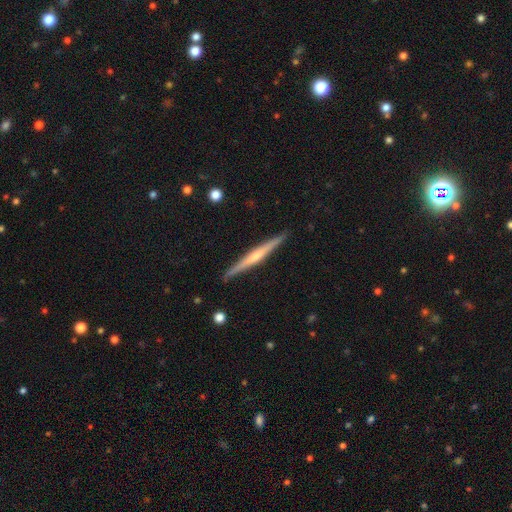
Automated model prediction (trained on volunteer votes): This appears to be a featured or disk galaxy (68%) viewed edge-on (98%) with a rounded central bulge (58%). Merging: none (91%).